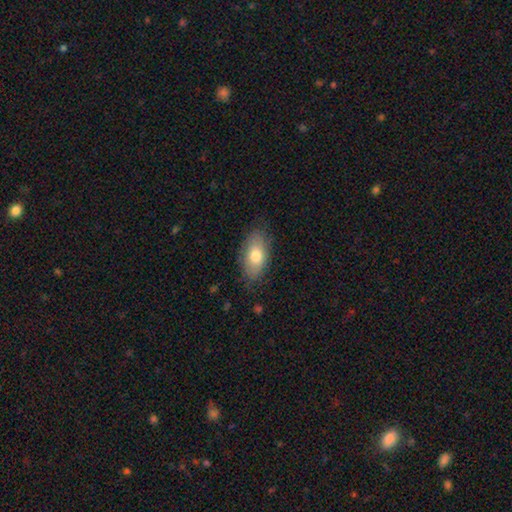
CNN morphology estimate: type=smooth (74%); roundness=in between (91%); merging=none (80%).